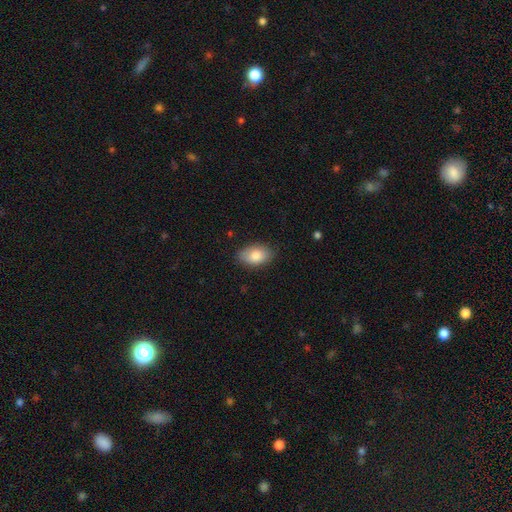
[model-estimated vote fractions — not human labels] A smooth galaxy with no disk features (82%) that is in between round and cigar-shaped (90%). Merging: none (81%).